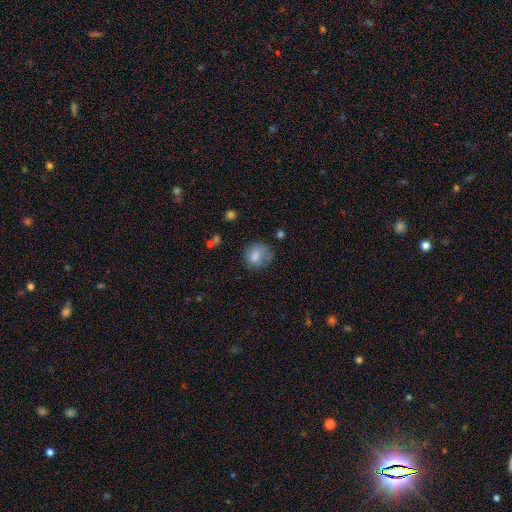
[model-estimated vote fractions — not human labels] Morphology: type=smooth (77%); roundness=round (76%); merging=none (55%).